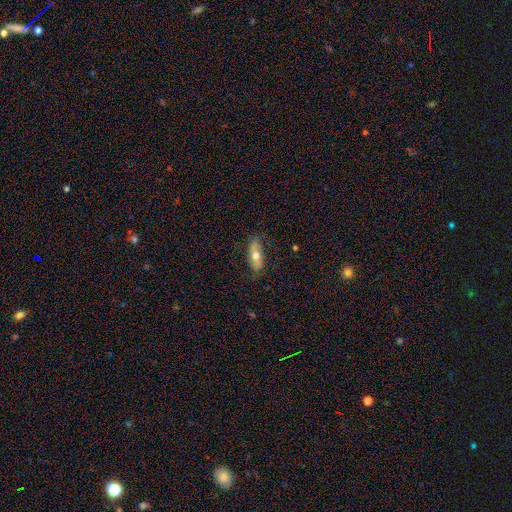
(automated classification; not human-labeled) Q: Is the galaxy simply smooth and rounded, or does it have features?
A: smooth — 55%.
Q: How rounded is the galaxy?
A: in between — 67%.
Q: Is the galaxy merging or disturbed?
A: none — 78%.